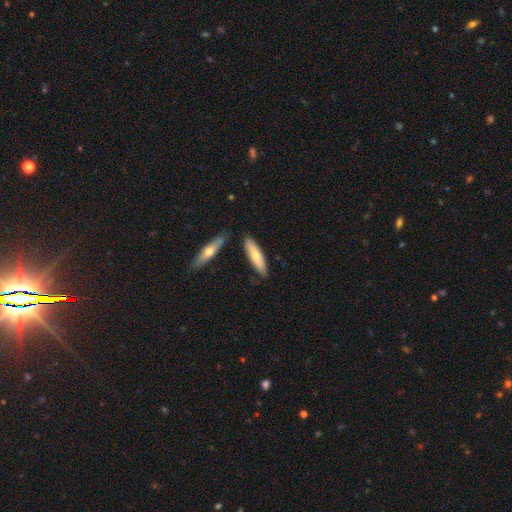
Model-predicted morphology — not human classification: This is likely a smooth galaxy (64%). How rounded: likely cigar-shaped (73%). Merging: likely none (79%).